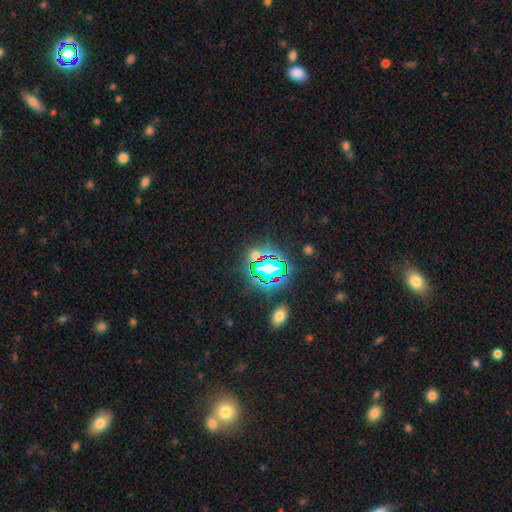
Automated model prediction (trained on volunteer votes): Overall: star or artifact (71%).